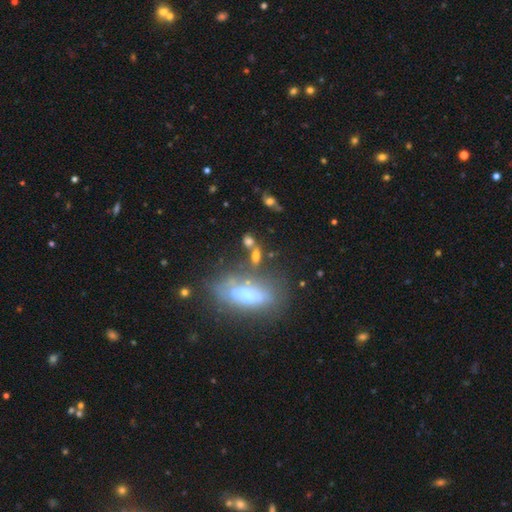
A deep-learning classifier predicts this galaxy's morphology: smooth_or_featured: smooth (p=0.50) [alt: featured or disk p=0.34]
merging: none (p=0.51) [alt: merger p=0.19]